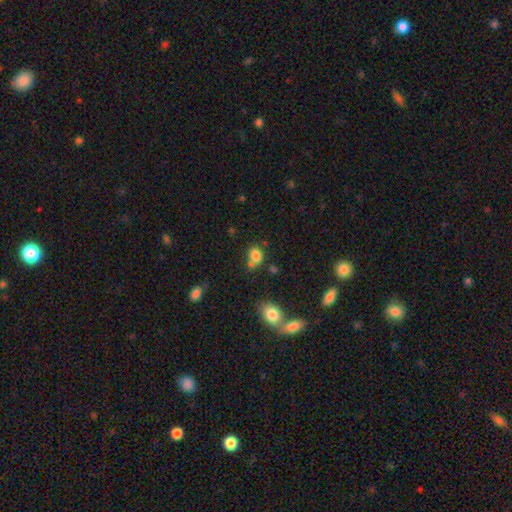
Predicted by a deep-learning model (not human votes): Smooth or featured: smooth — 80% (star or artifact — 12%)
How rounded: in between — 57% (round — 42%)
Merging: none — 51% (merger — 27%)